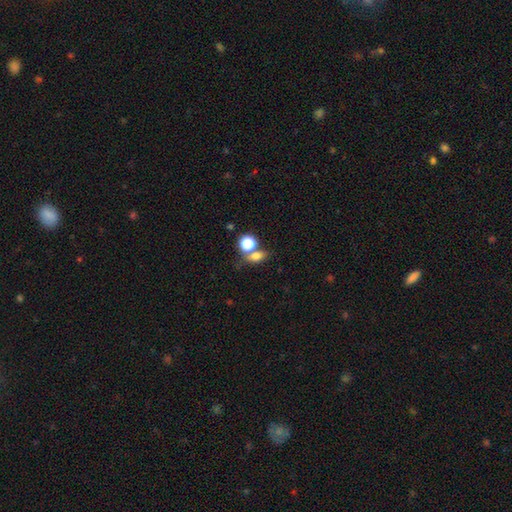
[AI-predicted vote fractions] smooth_or_featured: smooth (p=0.71) [alt: star or artifact p=0.15]
how_rounded: in between (p=0.60) [alt: round p=0.33]
merging: none (p=0.53) [alt: merger p=0.31]